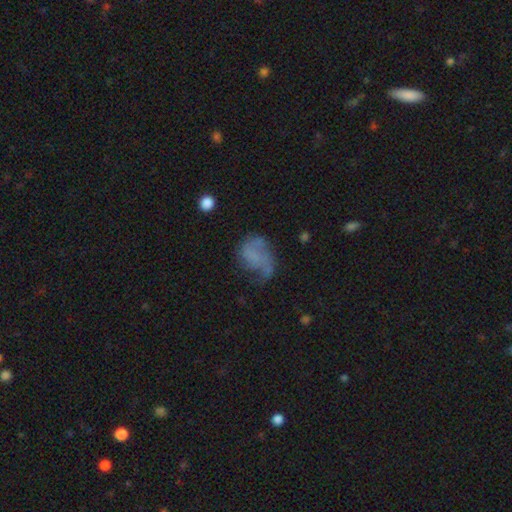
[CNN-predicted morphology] smooth-or-featured: smooth: 44% | featured or disk: 43% | star or artifact: 13%
  merging: major disturbance: 37% | none: 31% | minor disturbance: 27% | merger: 5%